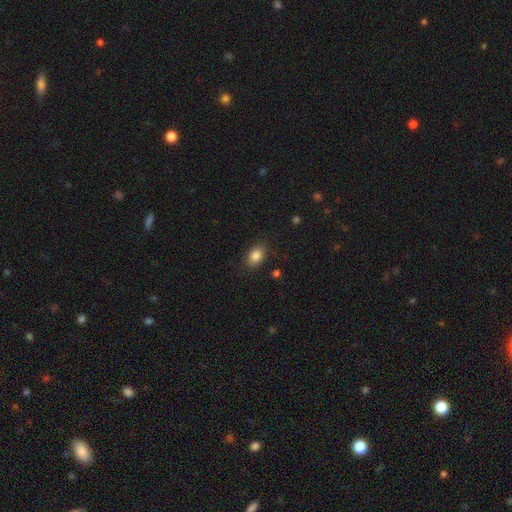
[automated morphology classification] A smooth galaxy with no disk features (85%) that is in between round and cigar-shaped (74%). Merging: none (85%).